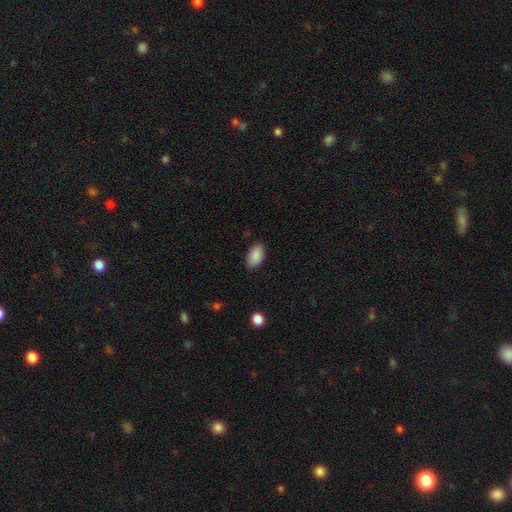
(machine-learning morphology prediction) This is clearly a smooth galaxy (89%). How rounded: clearly in between (93%). Merging: clearly none (86%).